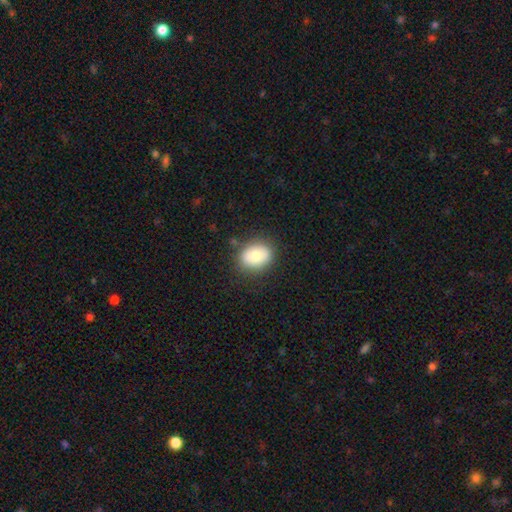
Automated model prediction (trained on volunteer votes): Smooth or featured?
  - smooth: 72% *
  - featured or disk: 20%
  - star or artifact: 8%
How rounded?
  - in between: 55% *
  - round: 44%
  - cigar-shaped: 1%
Merging?
  - none: 82% *
  - minor disturbance: 12%
  - major disturbance: 4%
  - merger: 2%